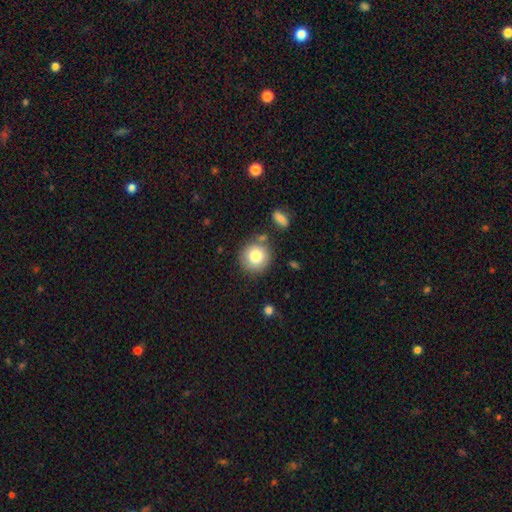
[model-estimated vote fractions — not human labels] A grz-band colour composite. It shows a smooth galaxy with no disk features (80%) that is round (91%). Merging: none (78%).